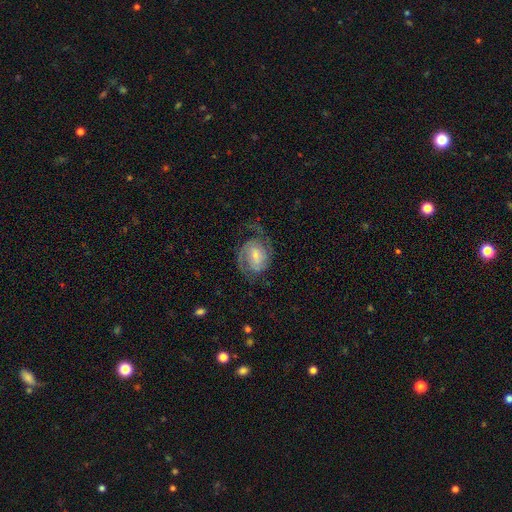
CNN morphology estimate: smooth_or_featured: featured or disk (p=0.85) [alt: smooth p=0.10]
disk_edge_on: no (p=0.98) [alt: yes p=0.02]
bar: weak (p=0.49) [alt: no p=0.36]
has_spiral_arms: yes (p=0.96) [alt: no p=0.04]
spiral_winding: medium (p=0.49) [alt: tight p=0.34]
spiral_arm_count: 2 (p=0.83) [alt: can't tell p=0.06]
bulge_size: small (p=0.58) [alt: moderate p=0.28]
merging: none (p=0.65) [alt: major disturbance p=0.17]